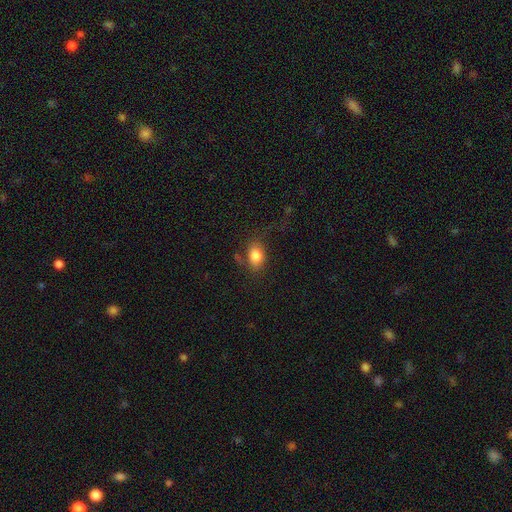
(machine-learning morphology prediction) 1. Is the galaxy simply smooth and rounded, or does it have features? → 82% smooth, 9% featured or disk, 9% star or artifact.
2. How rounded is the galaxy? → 77% in between, 22% round, 2% cigar-shaped.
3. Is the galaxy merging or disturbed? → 62% none, 19% minor disturbance, 14% major disturbance, 4% merger.